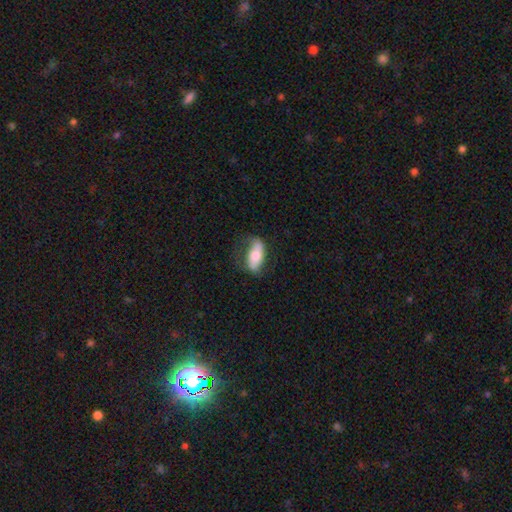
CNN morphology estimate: smooth 57%, featured or disk 37%, star or artifact 6%. Down the decision tree: how rounded — in between (79%); merging — none (62%).